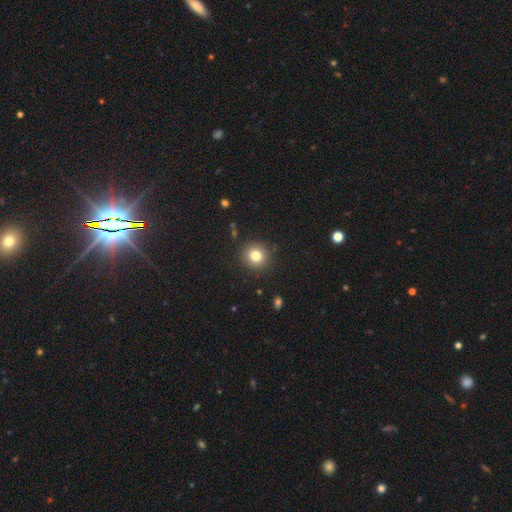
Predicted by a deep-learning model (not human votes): Smooth or featured? Predicted: smooth (p=0.80). How rounded? Predicted: round (p=0.90). Merging? Predicted: none (p=0.89).